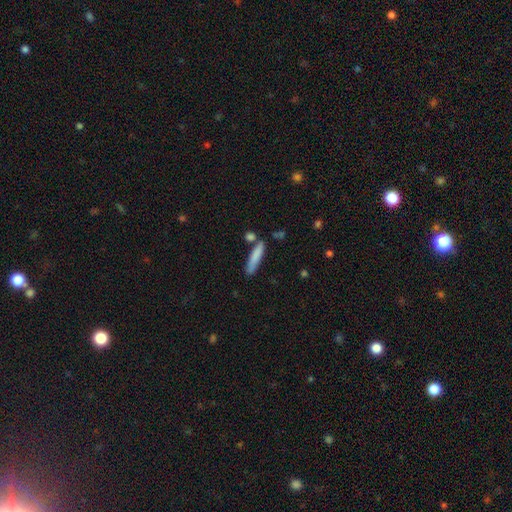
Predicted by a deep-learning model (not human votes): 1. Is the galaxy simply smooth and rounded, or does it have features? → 81% smooth, 13% featured or disk, 6% star or artifact.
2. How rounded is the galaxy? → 85% cigar-shaped, 13% in between, 2% round.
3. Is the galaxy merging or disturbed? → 72% none, 15% minor disturbance, 9% merger, 3% major disturbance.